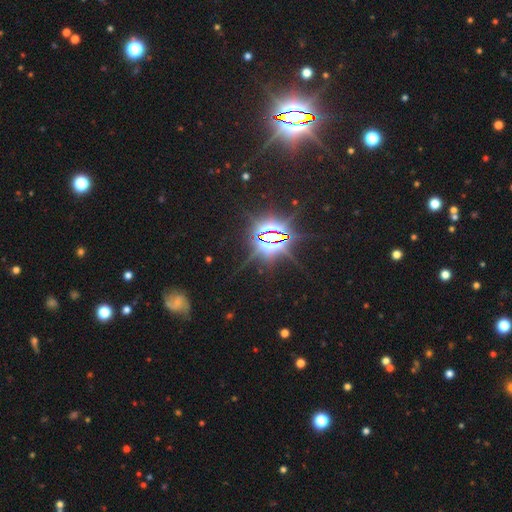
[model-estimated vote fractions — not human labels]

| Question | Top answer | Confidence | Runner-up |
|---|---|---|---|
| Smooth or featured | star or artifact | 85% | smooth (9%) |